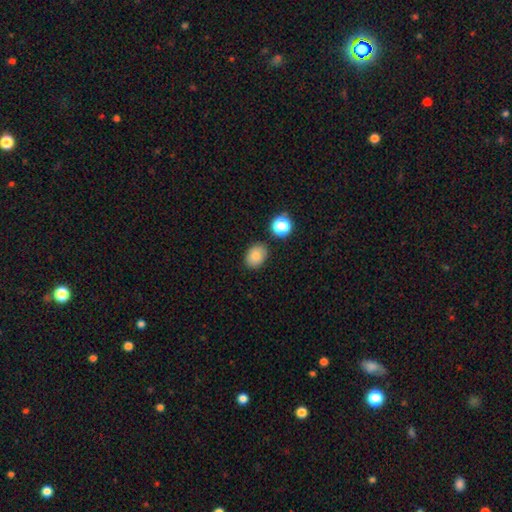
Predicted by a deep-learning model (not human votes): Q: Smooth or featured?
A: smooth (83%); runner-up: star or artifact (10%)
Q: How rounded?
A: in between (66%); runner-up: round (33%)
Q: Merging?
A: none (84%); runner-up: minor disturbance (10%)